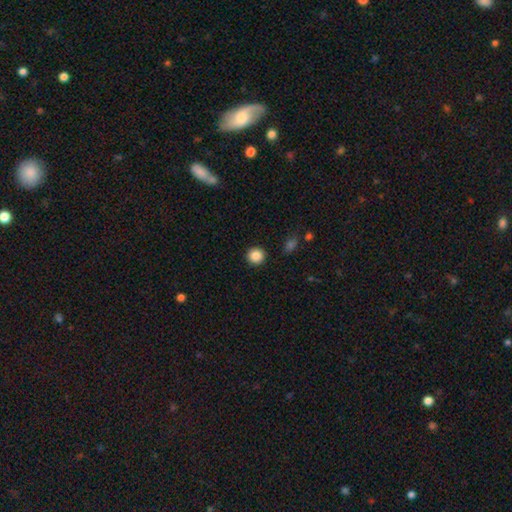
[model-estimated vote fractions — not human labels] This appears to be a smooth galaxy with no disk features (86%) that is round (93%). Merging: none (91%).